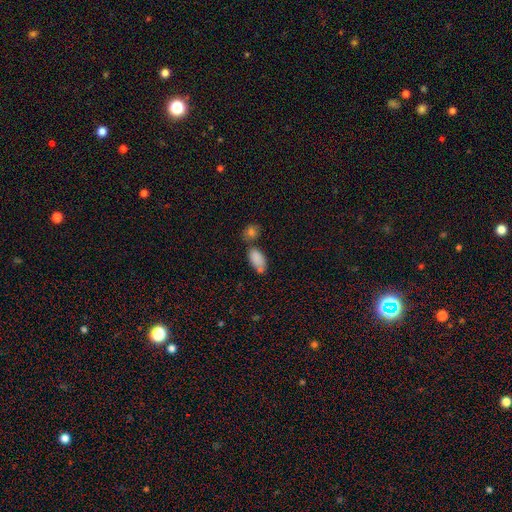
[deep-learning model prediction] This is clearly a smooth galaxy (84%). How rounded: clearly in between (91%). Merging: possibly none (50%).